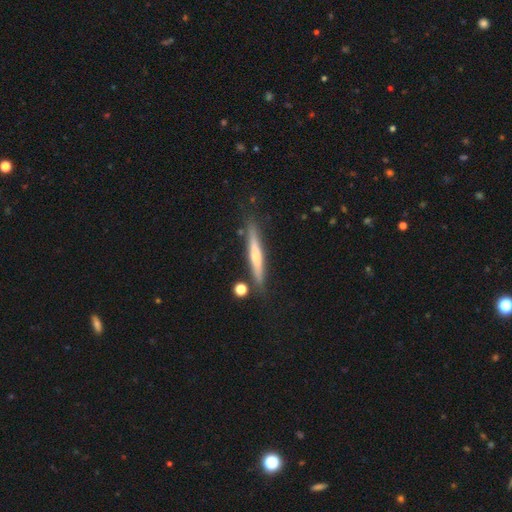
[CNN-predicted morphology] This appears to be a featured or disk galaxy (51%) viewed edge-on (95%). Merging: none (83%).